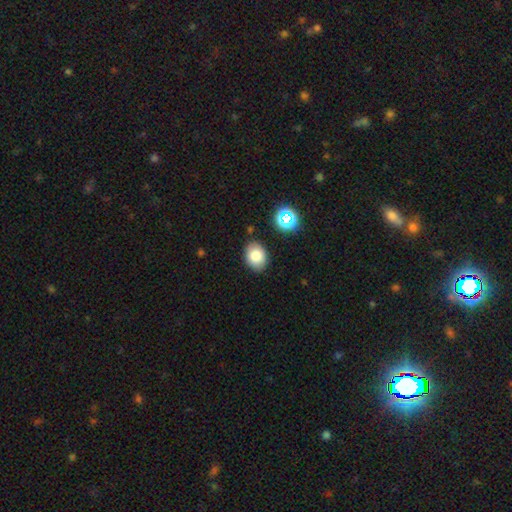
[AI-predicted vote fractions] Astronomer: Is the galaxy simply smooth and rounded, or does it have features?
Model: smooth — 83%.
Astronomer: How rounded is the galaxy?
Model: in between — 64%.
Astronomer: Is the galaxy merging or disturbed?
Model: none — 84%.